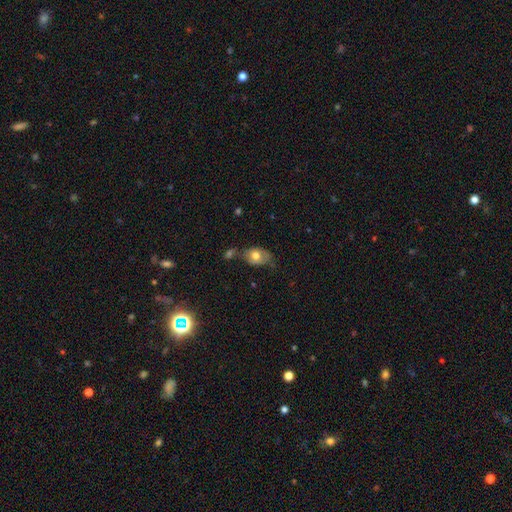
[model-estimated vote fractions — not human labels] smooth 68%, featured or disk 23%, star or artifact 8%. Down the decision tree: how rounded — in between (79%); merging — none (46%).